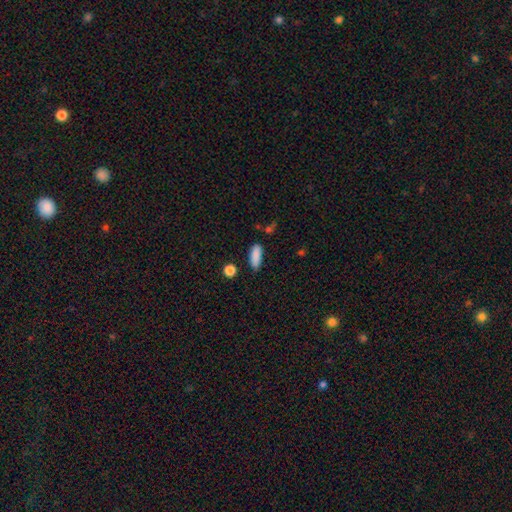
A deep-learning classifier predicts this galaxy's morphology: The model was most divided on "how rounded": in between: 65%, cigar-shaped: 32%, round: 3%. More confident: smooth or featured — smooth (87%); merging — none (78%).